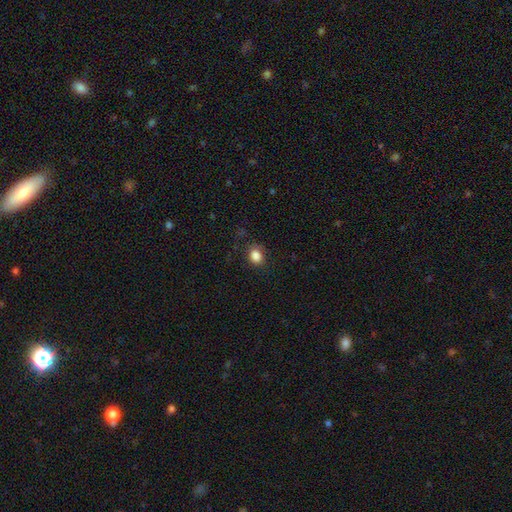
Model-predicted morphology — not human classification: Smooth or featured? smooth (85%)
How rounded? round (51%)
Merging? none (79%)